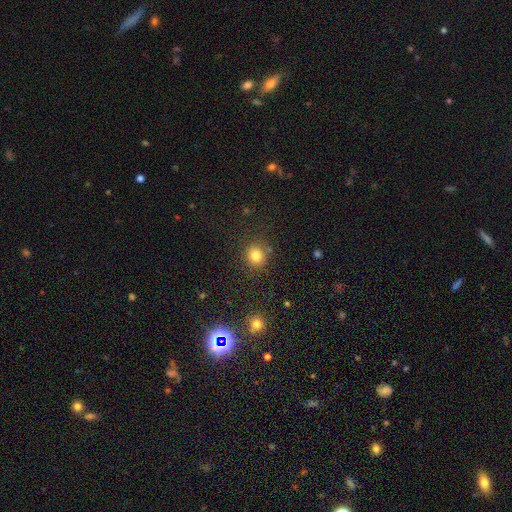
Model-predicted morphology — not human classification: A smooth galaxy with no disk features (81%) that is round (85%).

Vote fractions:
- Smooth or featured? smooth: 81% / star or artifact: 13% / featured or disk: 6%
- How rounded? round: 85% / in between: 14% / cigar-shaped: 1%
- Merging? none: 80% / minor disturbance: 10% / merger: 5% / major disturbance: 4%